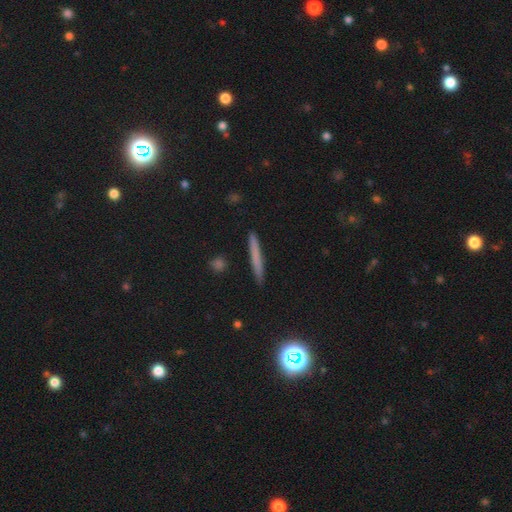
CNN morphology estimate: A smooth galaxy with no disk features (65%) that is cigar-shaped (96%).

Vote fractions:
- Smooth or featured? smooth: 65% / featured or disk: 26% / star or artifact: 9%
- How rounded? cigar-shaped: 96% / in between: 2% / round: 2%
- Merging? none: 90% / minor disturbance: 7% / major disturbance: 1% / merger: 1%